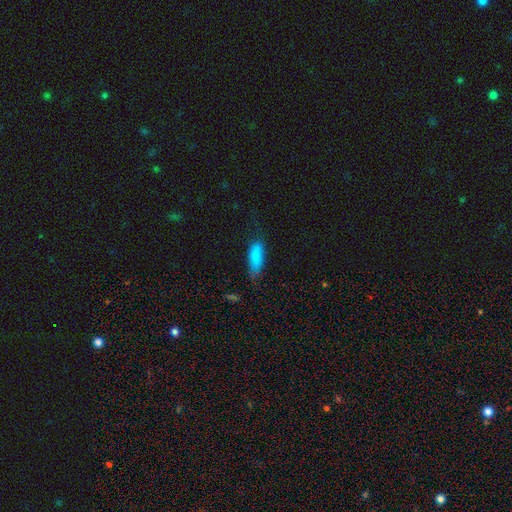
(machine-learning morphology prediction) smooth-or-featured: smooth: 83% | featured or disk: 9% | star or artifact: 8%
  how-rounded: in between: 65% | cigar-shaped: 33% | round: 2%
  merging: none: 51% | minor disturbance: 34% | major disturbance: 13% | merger: 3%